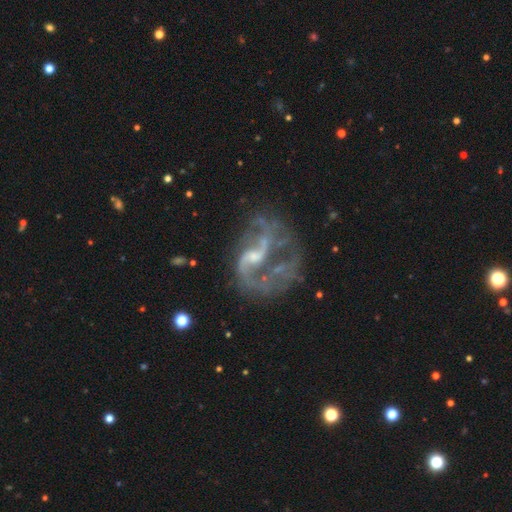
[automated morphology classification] Overall: featured or disk (85%). Edge-on disk: no (98%). Bar: weak (51%; no 36%). Spiral arms: yes (84%). Spiral arm count: 2 (64%). Spiral winding: loose (63%; medium 30%). Bulge size: small (49%; moderate 25%). Merging: none (40%; major disturbance 36%).